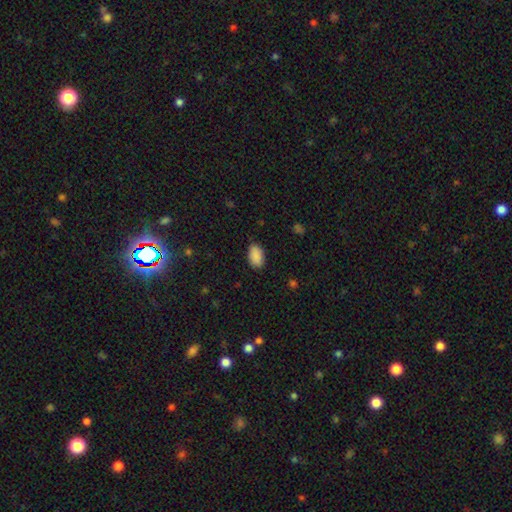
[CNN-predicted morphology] Smooth or featured? Predicted: smooth (p=0.90). How rounded? Predicted: in between (p=0.93). Merging? Predicted: none (p=0.85).